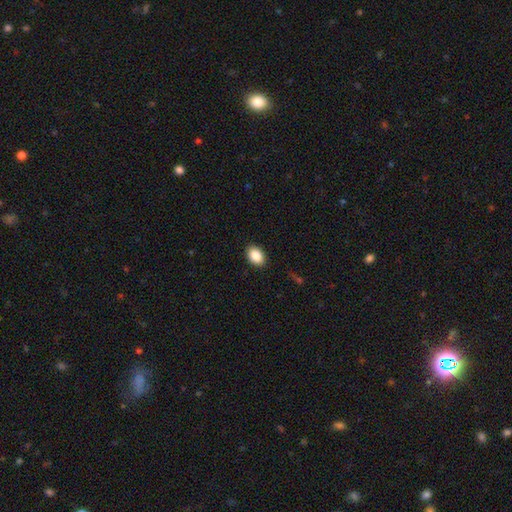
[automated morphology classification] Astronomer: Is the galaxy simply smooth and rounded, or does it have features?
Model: smooth — 87%.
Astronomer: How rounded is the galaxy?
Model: in between — 83%.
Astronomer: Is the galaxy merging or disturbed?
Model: none — 90%.